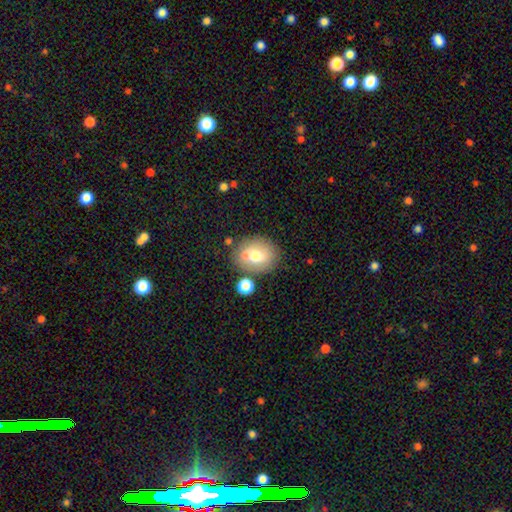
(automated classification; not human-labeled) smooth 64%, featured or disk 27%, star or artifact 9%. Down the decision tree: how rounded — round (50%); merging — none (66%).